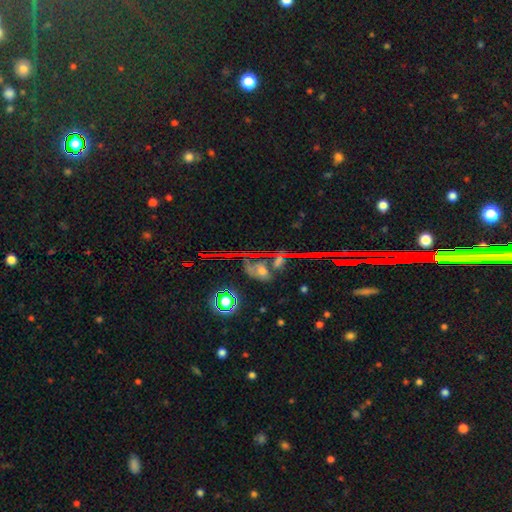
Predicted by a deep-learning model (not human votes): Morphology: type=star or artifact (79%).